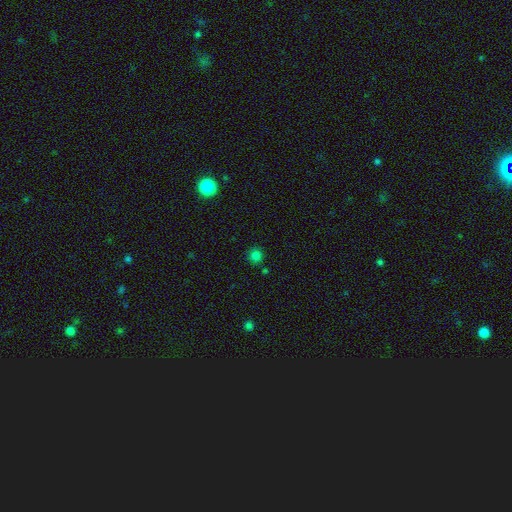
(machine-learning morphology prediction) The model was most divided on "smooth or featured": smooth: 79%, star or artifact: 17%, featured or disk: 4%. More confident: how rounded — round (92%); merging — none (85%).